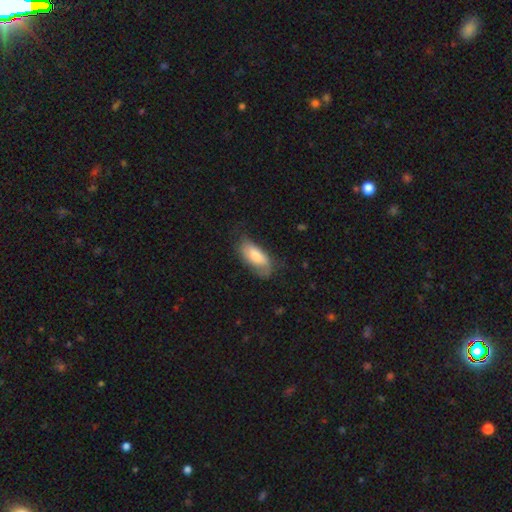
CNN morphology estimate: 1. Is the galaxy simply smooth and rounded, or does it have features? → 74% smooth, 19% featured or disk, 6% star or artifact.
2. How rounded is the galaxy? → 85% in between, 12% cigar-shaped, 2% round.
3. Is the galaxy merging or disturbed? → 58% none, 30% minor disturbance, 11% major disturbance, 1% merger.